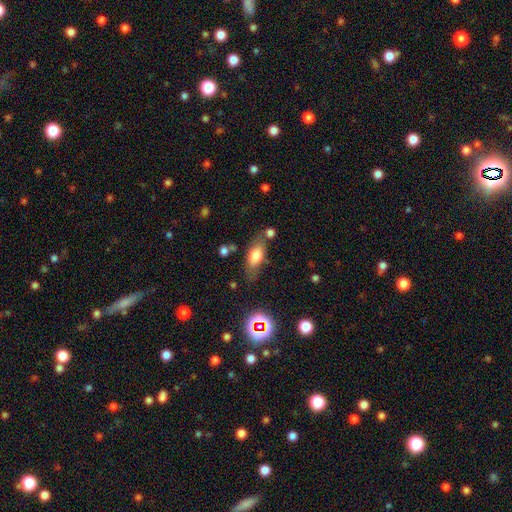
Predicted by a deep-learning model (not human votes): This appears to be a smooth galaxy with no disk features (69%) that is in between round and cigar-shaped (79%). Merging: none (66%).